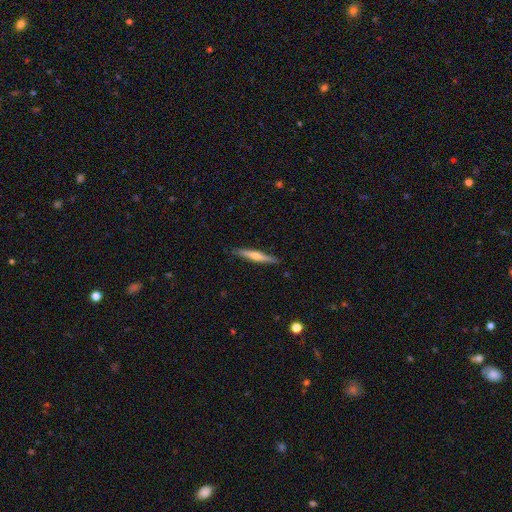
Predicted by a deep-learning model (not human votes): Morphology: type=featured or disk (51%); edge-on=yes (95%); merging=none (89%).